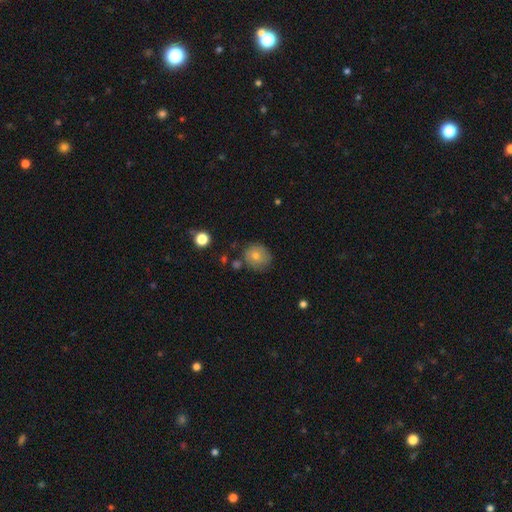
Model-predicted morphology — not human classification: smooth 70%, featured or disk 18%, star or artifact 12%. Down the decision tree: how rounded — round (87%); merging — none (77%).